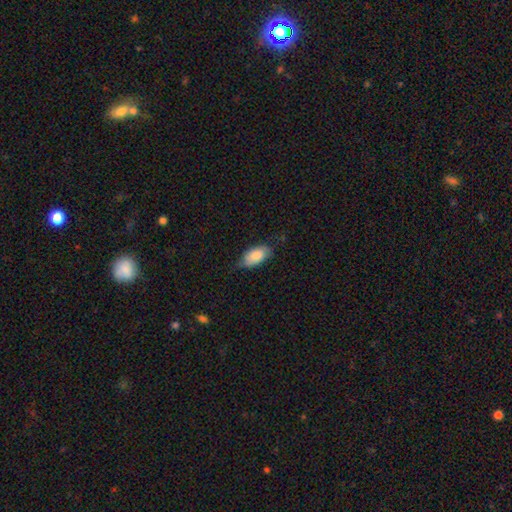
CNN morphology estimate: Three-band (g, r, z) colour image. It shows a smooth galaxy with no disk features (80%) that is in between round and cigar-shaped (92%). Merging: none (63%).